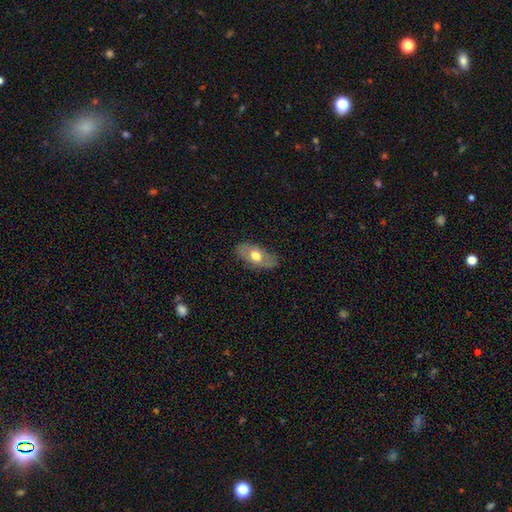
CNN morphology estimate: Smooth or featured? smooth (59%)
How rounded? in between (89%)
Merging? none (78%)